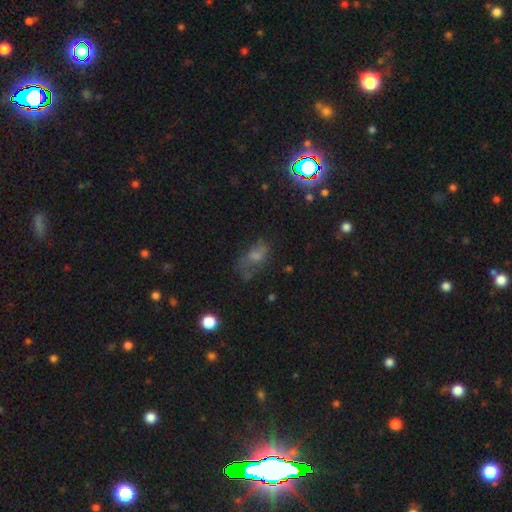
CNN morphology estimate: Overall: smooth (40%; featured or disk 31%). Merging: none (48%; minor disturbance 26%).